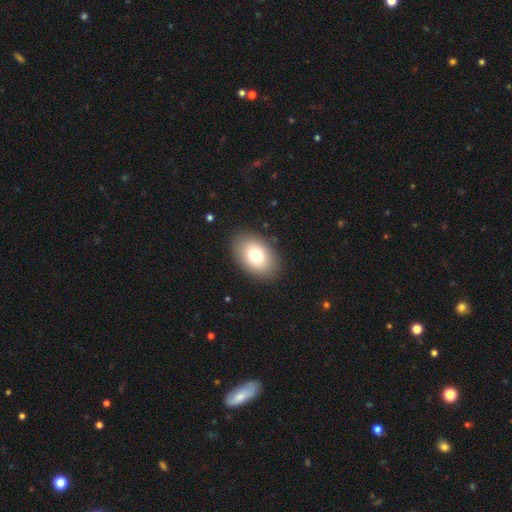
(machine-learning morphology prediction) Overall: smooth (77%). How rounded: in between (86%). Merging: none (88%).